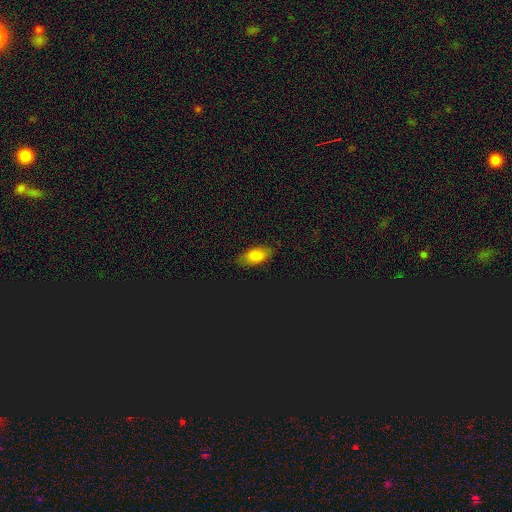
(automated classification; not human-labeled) Smooth or featured? Predicted: smooth (p=0.79). How rounded? Predicted: in between (p=0.89). Merging? Predicted: none (p=0.82).